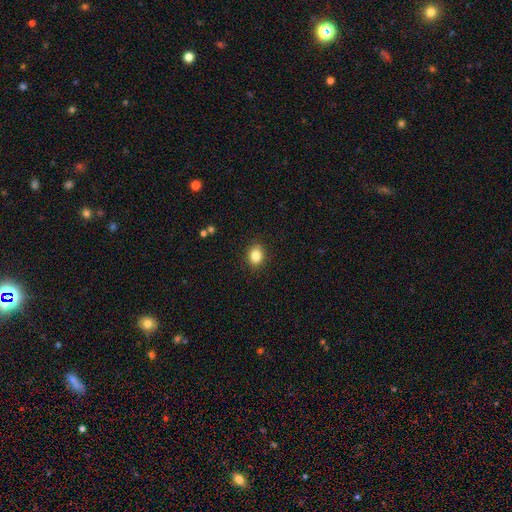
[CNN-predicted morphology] Smooth or featured? smooth (86%)
How rounded? in between (54%)
Merging? none (87%)